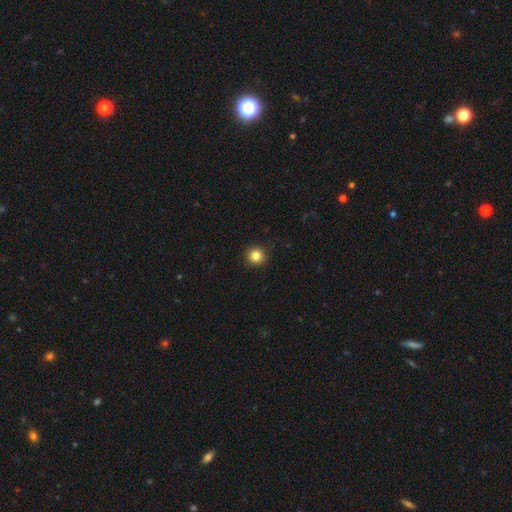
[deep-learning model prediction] Smooth or featured? Predicted: smooth (p=0.84). How rounded? Predicted: round (p=0.94). Merging? Predicted: none (p=0.92).